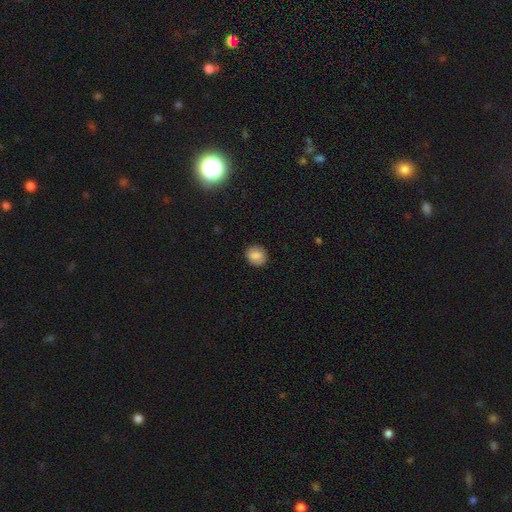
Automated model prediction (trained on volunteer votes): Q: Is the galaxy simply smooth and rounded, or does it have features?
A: smooth — 82%.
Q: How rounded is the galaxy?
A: round — 76%.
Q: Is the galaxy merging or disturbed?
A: none — 88%.